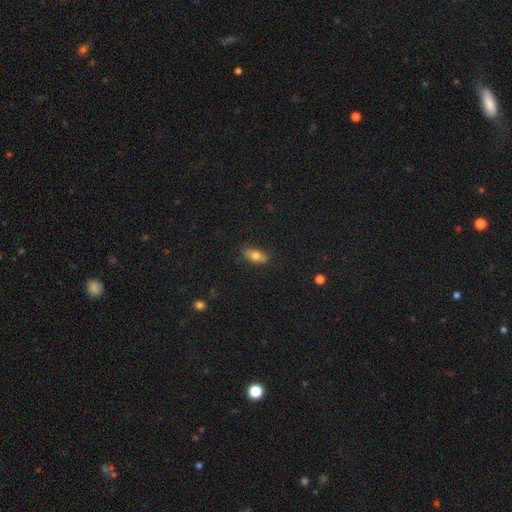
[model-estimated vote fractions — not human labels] smooth 71%, featured or disk 21%, star or artifact 8%. Down the decision tree: how rounded — in between (84%); merging — none (82%).